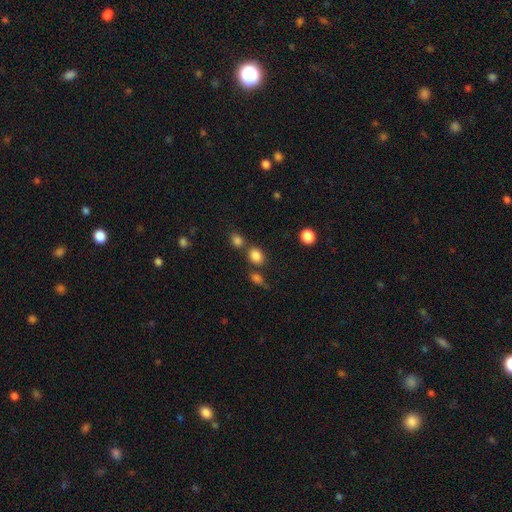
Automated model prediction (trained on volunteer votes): Smooth or featured: smooth — 82% (star or artifact — 12%)
How rounded: in between — 50% (round — 49%)
Merging: none — 64% (merger — 20%)